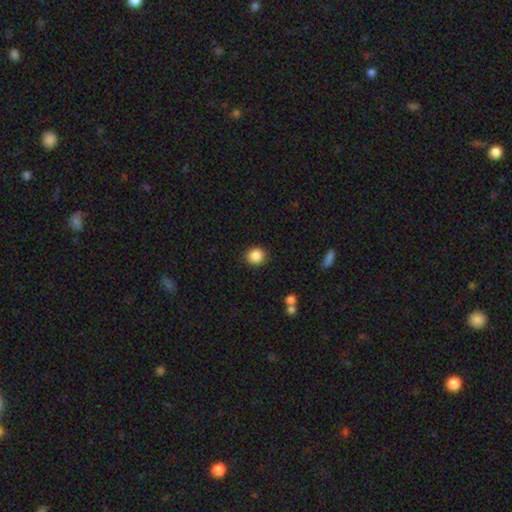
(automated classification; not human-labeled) A smooth galaxy with no disk features (87%) that is round (89%).

Vote fractions:
- Smooth or featured? smooth: 87% / star or artifact: 9% / featured or disk: 3%
- How rounded? round: 89% / in between: 10% / cigar-shaped: 1%
- Merging? none: 90% / minor disturbance: 6% / major disturbance: 2% / merger: 2%